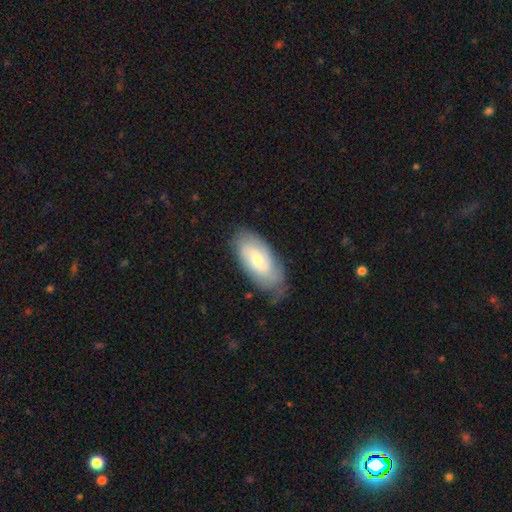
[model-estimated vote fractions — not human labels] Q: Smooth or featured?
A: featured or disk (52%); runner-up: smooth (41%)
Q: Edge-on disk?
A: no (90%); runner-up: yes (10%)
Q: Merging?
A: none (69%); runner-up: minor disturbance (23%)